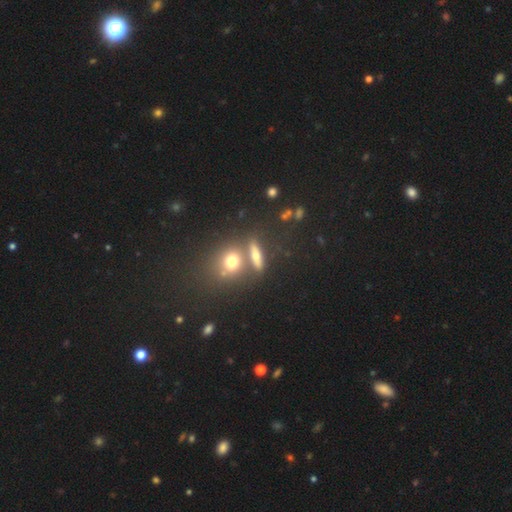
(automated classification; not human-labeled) The model was most divided on "how rounded": cigar-shaped: 36%, in between: 35%, round: 30%. More confident: merging — none (65%); smooth or featured — smooth (58%).